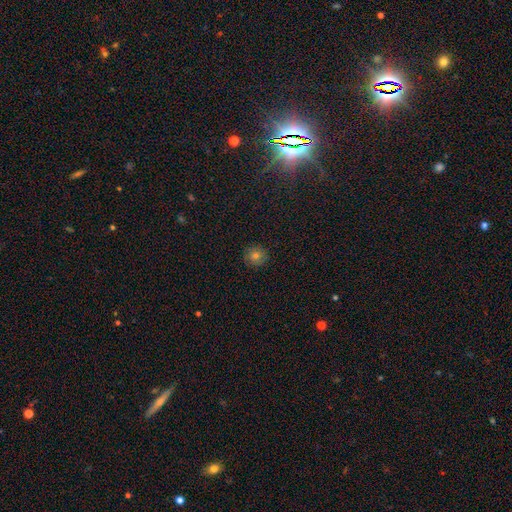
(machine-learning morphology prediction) smooth-or-featured: smooth: 74% | star or artifact: 16% | featured or disk: 10%
  how-rounded: round: 92% | in between: 7% | cigar-shaped: 1%
  merging: none: 89% | minor disturbance: 8% | major disturbance: 2% | merger: 1%